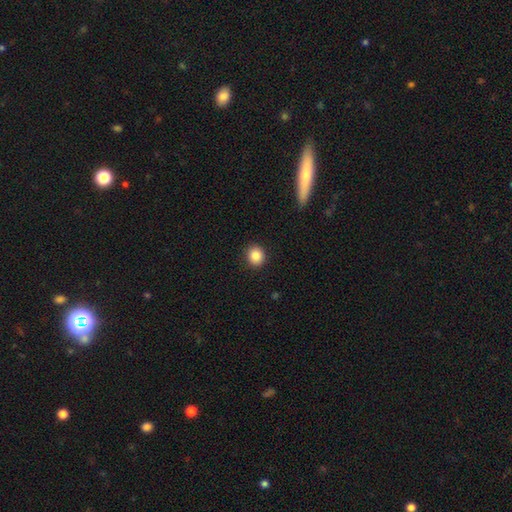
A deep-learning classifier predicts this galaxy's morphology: type=smooth (86%); roundness=round (79%); merging=none (91%).